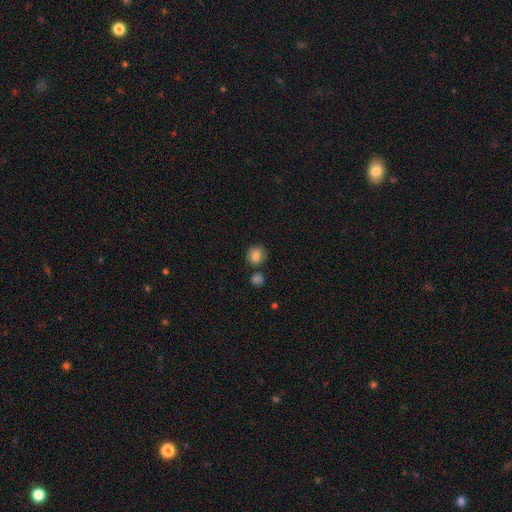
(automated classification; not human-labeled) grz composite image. It shows a smooth galaxy with no disk features (82%) that is round (80%). Merging: none (77%).